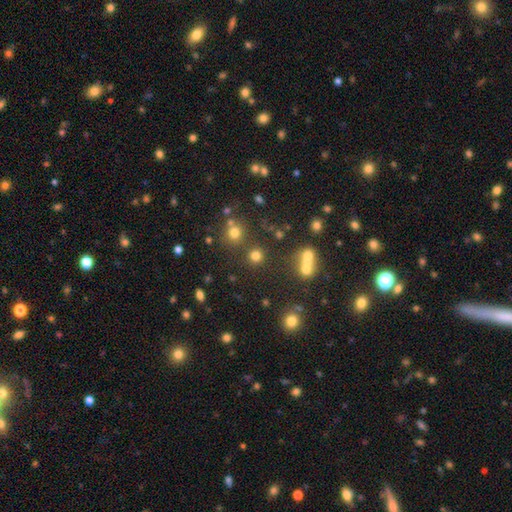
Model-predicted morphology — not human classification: A smooth galaxy with no disk features (75%) that is round (92%). Merging: none (80%).